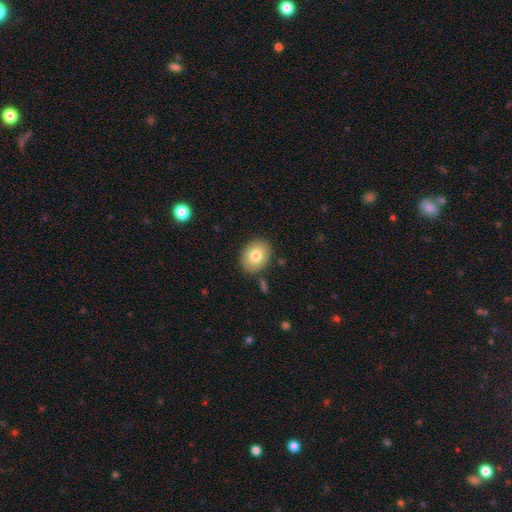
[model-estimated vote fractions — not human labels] Morphology: type=smooth (78%); roundness=in between (62%); merging=none (84%).